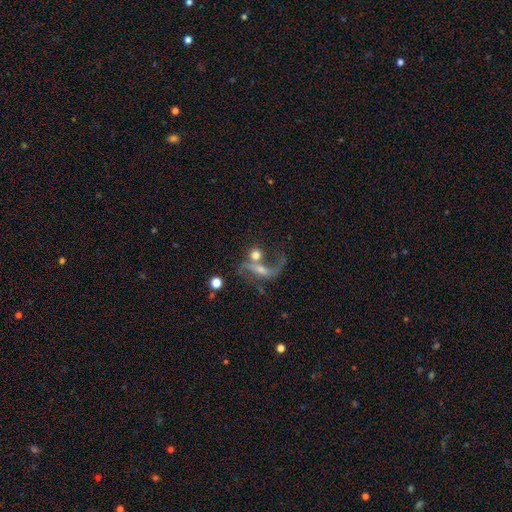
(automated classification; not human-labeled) featured or disk 54%, smooth 33%, star or artifact 13%. Down the decision tree: edge-on disk — no (92%); merging — merger (39%).